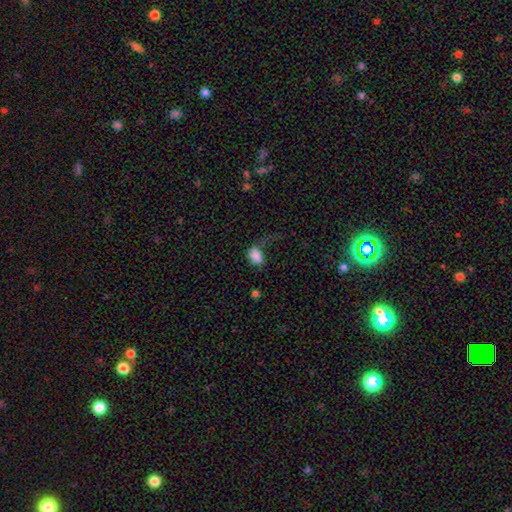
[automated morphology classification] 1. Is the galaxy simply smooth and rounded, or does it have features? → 83% smooth, 9% star or artifact, 8% featured or disk.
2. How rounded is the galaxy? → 84% in between, 15% round, 2% cigar-shaped.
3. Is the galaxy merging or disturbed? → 40% major disturbance, 31% none, 22% minor disturbance, 6% merger.